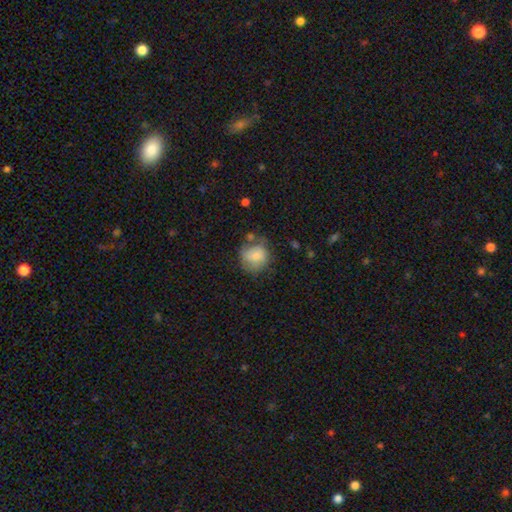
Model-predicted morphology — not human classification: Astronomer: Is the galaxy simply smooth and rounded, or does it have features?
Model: smooth — 74%.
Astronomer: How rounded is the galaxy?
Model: round — 79%.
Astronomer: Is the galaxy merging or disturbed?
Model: none — 56%.